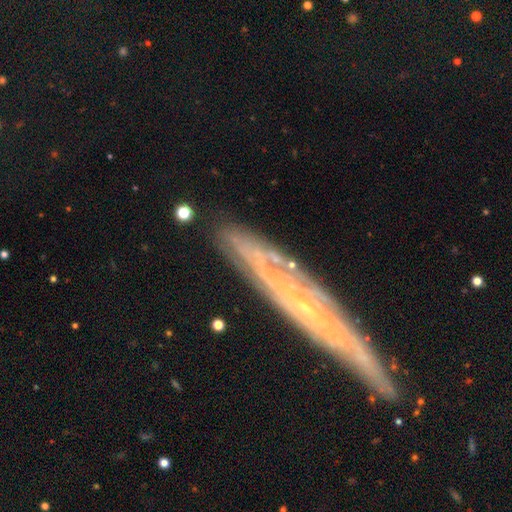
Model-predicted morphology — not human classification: This is likely a featured or disk galaxy (75%). It is likely not viewed edge-on (61%). Merging: likely none (75%).